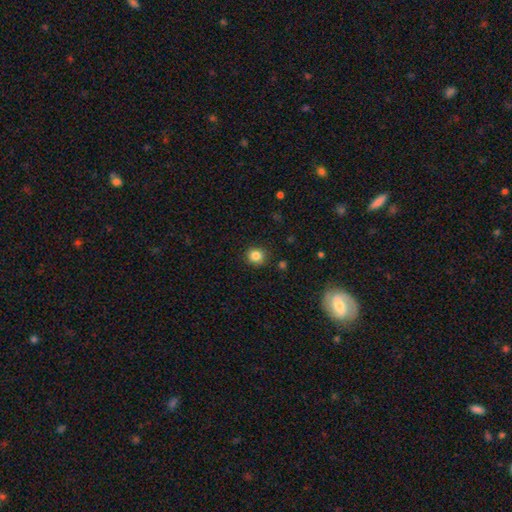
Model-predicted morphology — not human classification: A smooth galaxy with no disk features (84%) that is round (84%). Merging: none (87%).